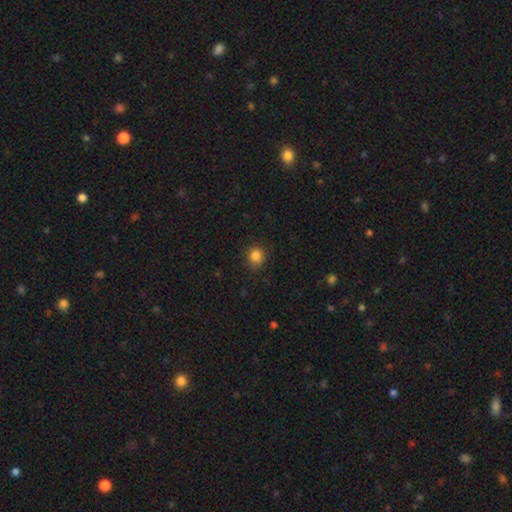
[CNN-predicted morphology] Smooth or featured?
  - smooth: 85% *
  - star or artifact: 12%
  - featured or disk: 4%
How rounded?
  - round: 84% *
  - in between: 15%
  - cigar-shaped: 1%
Merging?
  - none: 84% *
  - minor disturbance: 12%
  - major disturbance: 3%
  - merger: 1%